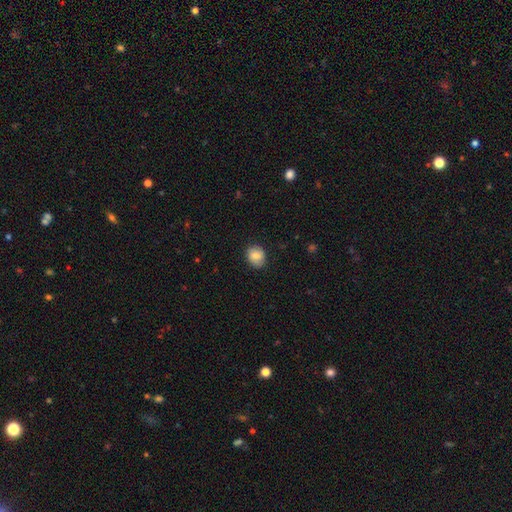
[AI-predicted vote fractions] Q: Smooth or featured?
A: smooth (78%); runner-up: featured or disk (14%)
Q: How rounded?
A: round (65%); runner-up: in between (34%)
Q: Merging?
A: none (82%); runner-up: minor disturbance (14%)